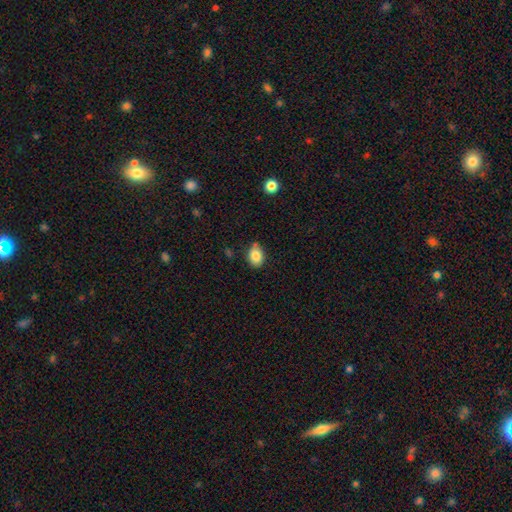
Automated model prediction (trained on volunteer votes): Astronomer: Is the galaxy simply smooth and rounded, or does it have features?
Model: smooth — 85%.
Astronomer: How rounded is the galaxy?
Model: in between — 68%.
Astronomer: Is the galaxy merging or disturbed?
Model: none — 71%.